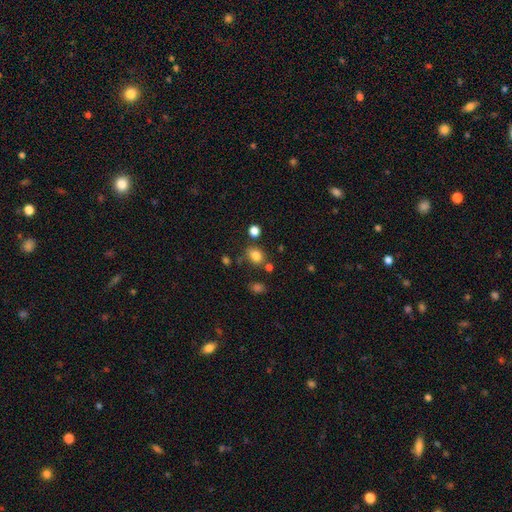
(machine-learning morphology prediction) This is clearly a smooth galaxy (80%). How rounded: possibly round (50%). Merging: likely none (70%).